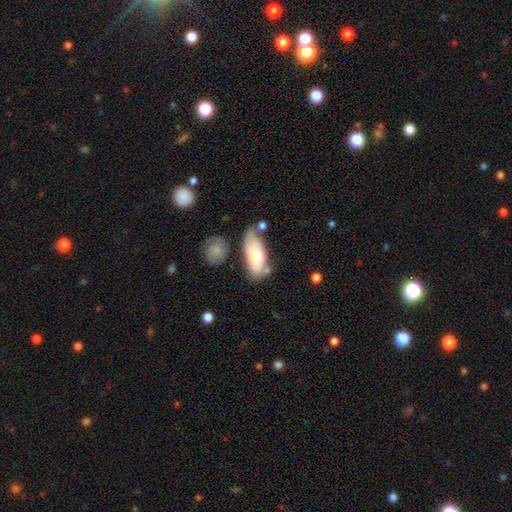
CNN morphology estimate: type=smooth (70%); roundness=in between (86%); merging=none (51%).